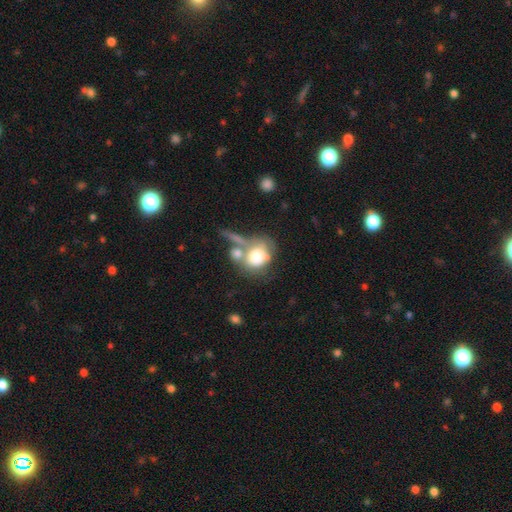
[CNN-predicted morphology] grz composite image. It shows a smooth galaxy with no disk features (66%) that is round (59%). Merging: merger (44%).